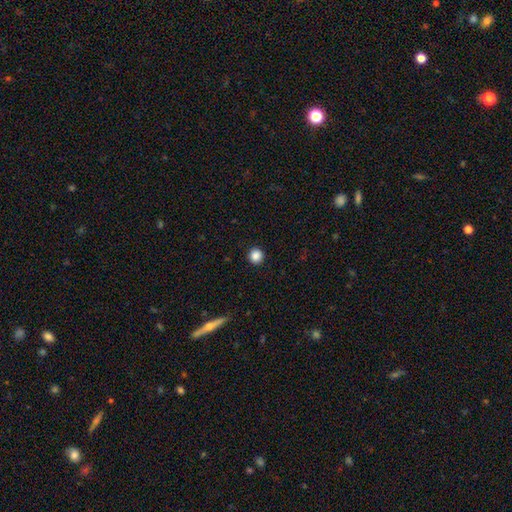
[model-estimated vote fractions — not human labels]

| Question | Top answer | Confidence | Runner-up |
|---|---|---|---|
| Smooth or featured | smooth | 87% | star or artifact (10%) |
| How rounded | round | 94% | in between (5%) |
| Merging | none | 93% | minor disturbance (4%) |